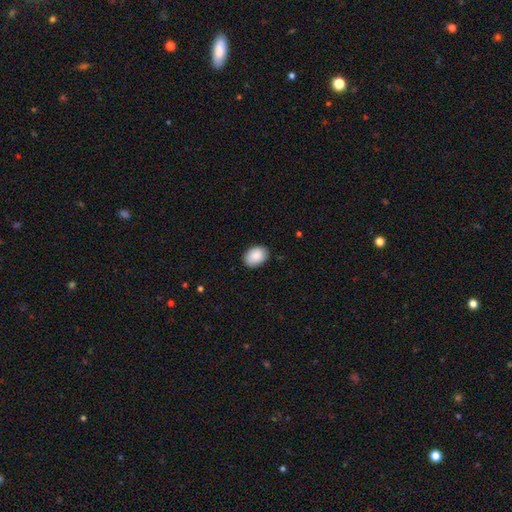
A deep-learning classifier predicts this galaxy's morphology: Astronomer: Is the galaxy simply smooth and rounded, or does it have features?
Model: smooth — 89%.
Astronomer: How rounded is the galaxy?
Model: in between — 75%.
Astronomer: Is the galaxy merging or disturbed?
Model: none — 86%.